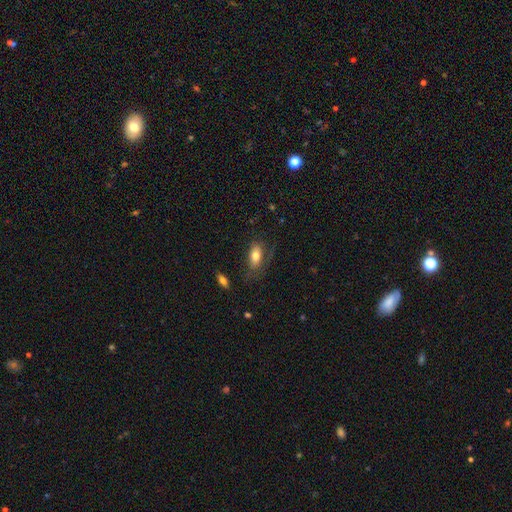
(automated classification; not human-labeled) A smooth galaxy with no disk features (75%) that is in between round and cigar-shaped (88%). Merging: none (58%).